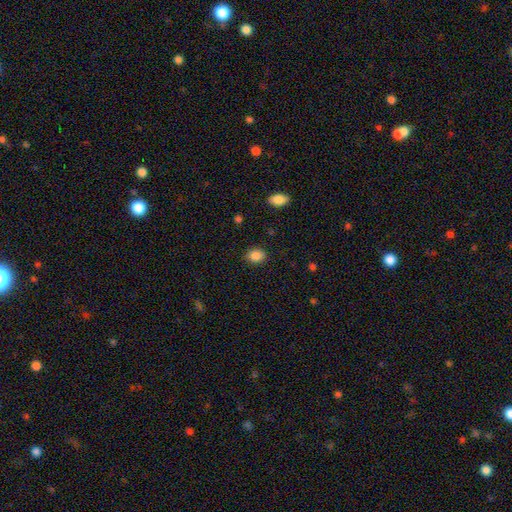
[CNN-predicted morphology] smooth 87%, star or artifact 9%, featured or disk 4%. Down the decision tree: how rounded — in between (53%); merging — none (85%).